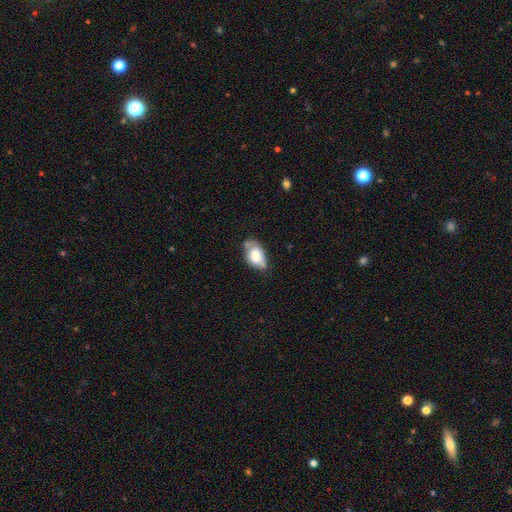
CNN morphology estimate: A smooth galaxy with no disk features (71%) that is in between round and cigar-shaped (91%).

Vote fractions:
- Smooth or featured? smooth: 71% / featured or disk: 22% / star or artifact: 8%
- How rounded? in between: 91% / round: 7% / cigar-shaped: 2%
- Merging? none: 43% / minor disturbance: 41% / major disturbance: 11% / merger: 6%